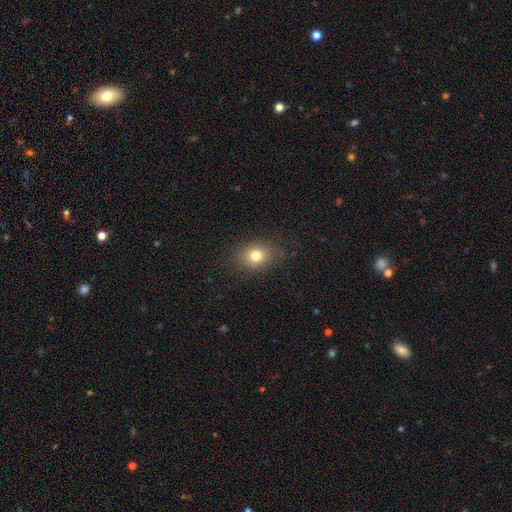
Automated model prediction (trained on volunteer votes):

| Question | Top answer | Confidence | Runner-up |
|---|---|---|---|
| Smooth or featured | smooth | 78% | star or artifact (12%) |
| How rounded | in between | 53% | round (46%) |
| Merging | none | 83% | minor disturbance (11%) |